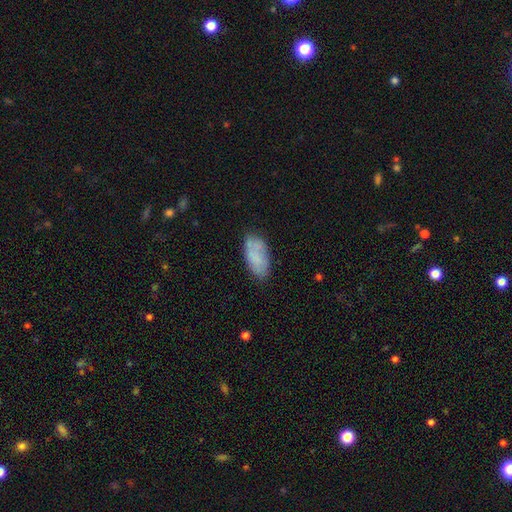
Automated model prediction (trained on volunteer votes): This is likely a smooth galaxy (73%). How rounded: clearly in between (93%). Merging: likely none (68%).